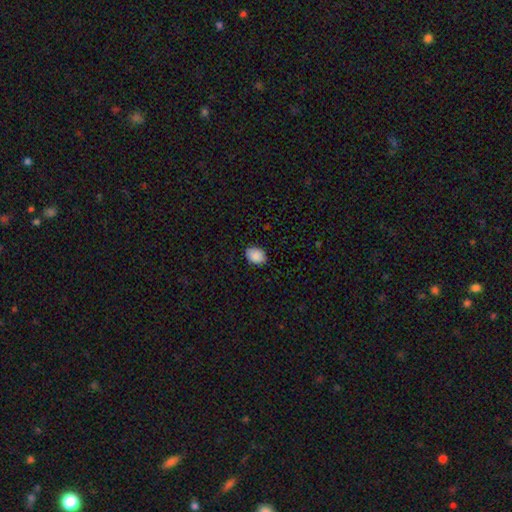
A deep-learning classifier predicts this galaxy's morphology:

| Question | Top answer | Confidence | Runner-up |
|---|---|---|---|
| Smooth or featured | smooth | 89% | star or artifact (8%) |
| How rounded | in between | 72% | round (27%) |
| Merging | none | 85% | minor disturbance (12%) |